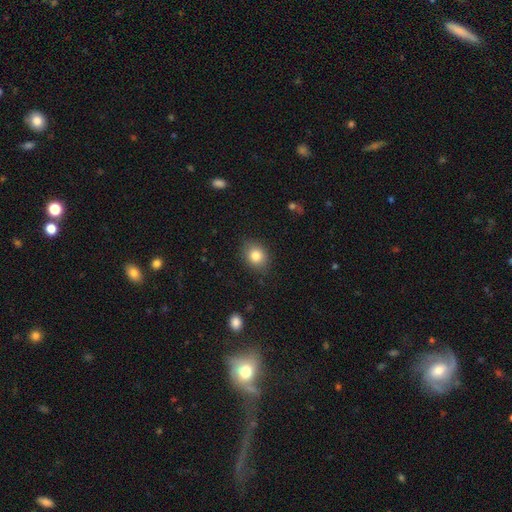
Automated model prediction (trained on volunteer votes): The model was most divided on "how rounded": in between: 51%, round: 48%, cigar-shaped: 1%. More confident: merging — none (85%); smooth or featured — smooth (83%).